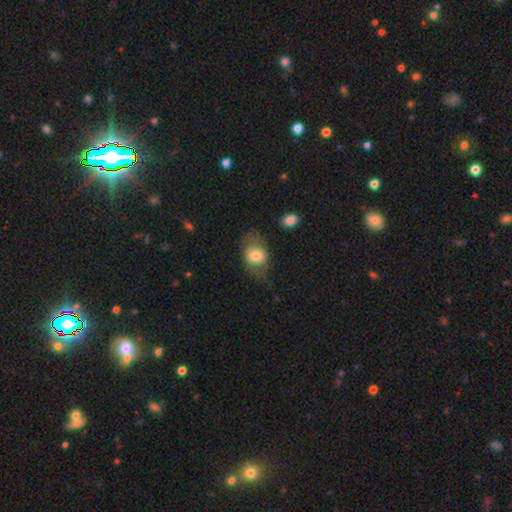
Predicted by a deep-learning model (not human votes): Smooth or featured? smooth (67%)
How rounded? in between (67%)
Merging? none (48%)